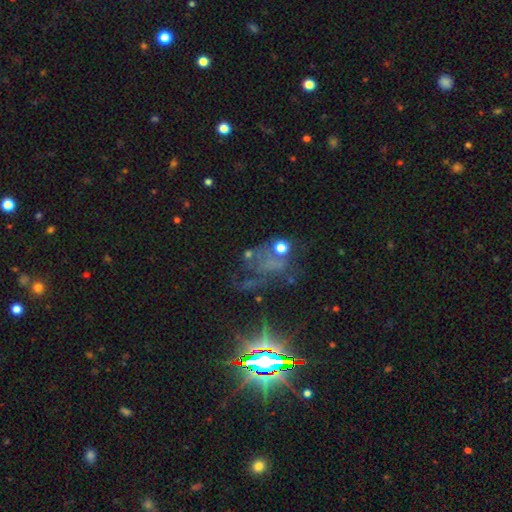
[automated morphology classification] This is possibly a star or artifact rather than a galaxy (45%).